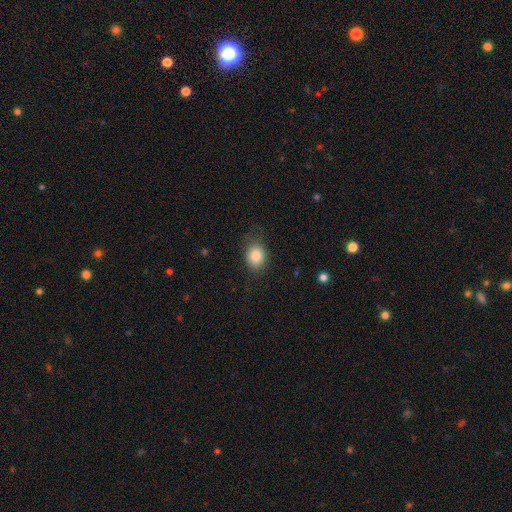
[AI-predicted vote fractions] Q: Smooth or featured?
A: smooth (83%); runner-up: star or artifact (9%)
Q: How rounded?
A: round (53%); runner-up: in between (46%)
Q: Merging?
A: none (73%); runner-up: minor disturbance (19%)